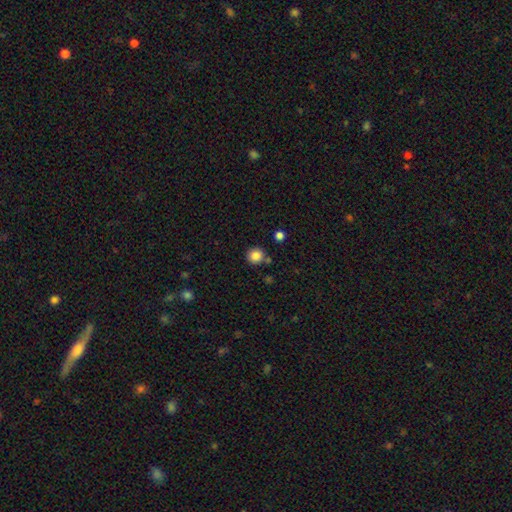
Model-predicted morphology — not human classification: The model was most divided on "merging": none: 82%, minor disturbance: 9%, merger: 7%, major disturbance: 3%. More confident: how rounded — round (91%); smooth or featured — smooth (86%).